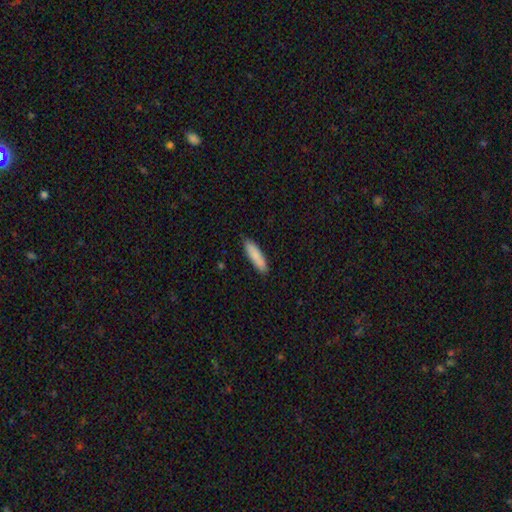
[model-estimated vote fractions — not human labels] smooth 87%, featured or disk 8%, star or artifact 6%. Down the decision tree: how rounded — cigar-shaped (65%); merging — none (86%).